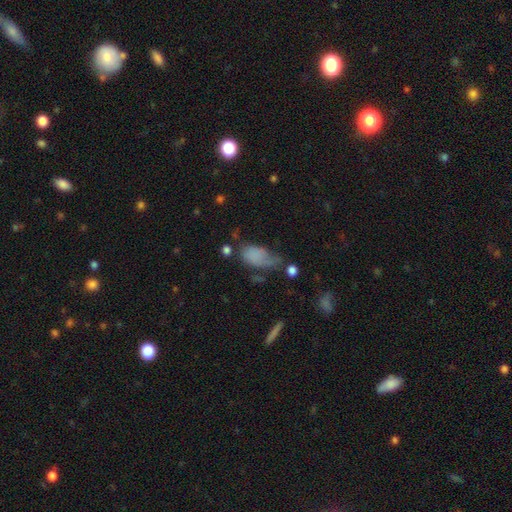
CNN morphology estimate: smooth 70%, featured or disk 19%, star or artifact 11%. Down the decision tree: how rounded — in between (88%); merging — major disturbance (35%).